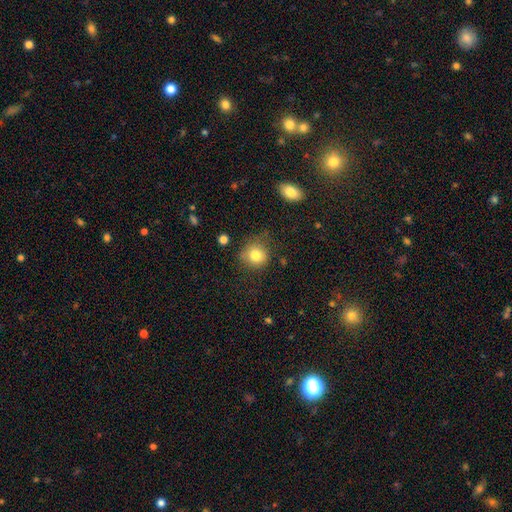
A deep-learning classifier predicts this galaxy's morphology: smooth 81%, star or artifact 11%, featured or disk 9%. Down the decision tree: how rounded — round (87%); merging — none (71%).